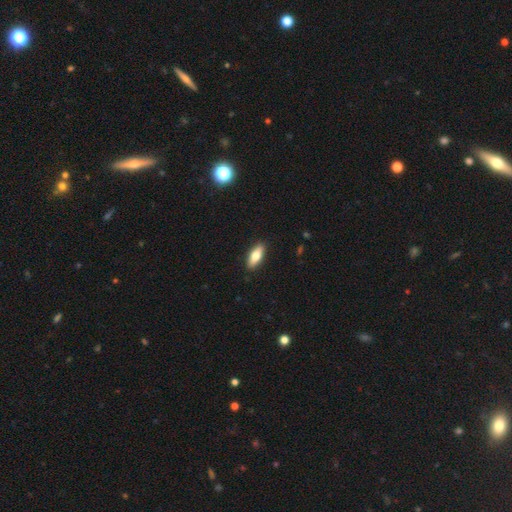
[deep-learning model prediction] smooth_or_featured: smooth (p=0.71) [alt: featured or disk p=0.23]
how_rounded: in between (p=0.70) [alt: cigar-shaped p=0.28]
merging: none (p=0.90) [alt: minor disturbance p=0.07]